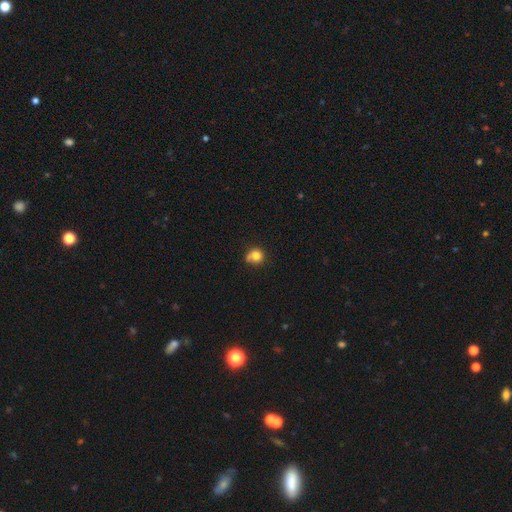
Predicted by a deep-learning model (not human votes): Q: Smooth or featured?
A: smooth (80%); runner-up: star or artifact (11%)
Q: How rounded?
A: round (88%); runner-up: in between (11%)
Q: Merging?
A: none (60%); runner-up: minor disturbance (20%)